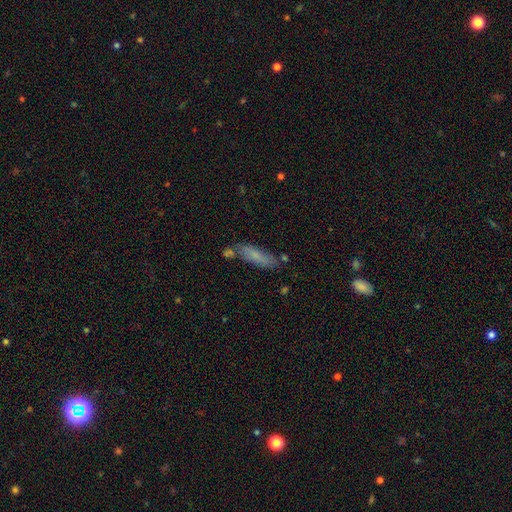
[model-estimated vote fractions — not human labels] smooth-or-featured: smooth: 70% | featured or disk: 22% | star or artifact: 8%
  how-rounded: cigar-shaped: 67% | in between: 31% | round: 2%
  merging: none: 66% | minor disturbance: 18% | merger: 11% | major disturbance: 5%